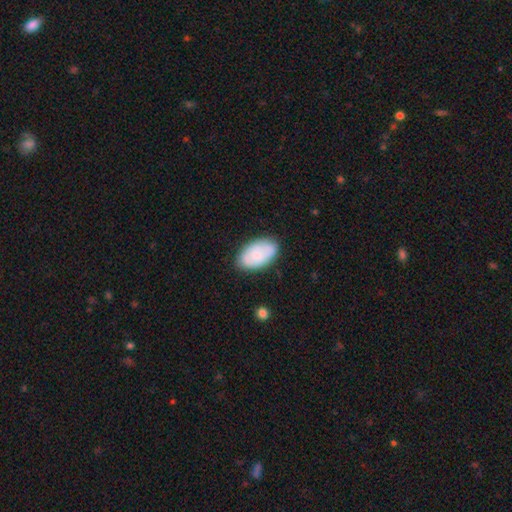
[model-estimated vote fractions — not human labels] Smooth or featured: smooth — 73% (featured or disk — 21%)
How rounded: in between — 93% (round — 5%)
Merging: none — 79% (minor disturbance — 15%)